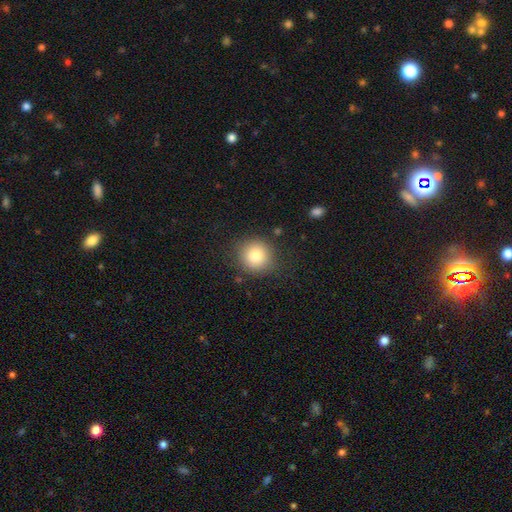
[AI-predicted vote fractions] smooth_or_featured: smooth (p=0.83) [alt: star or artifact p=0.10]
how_rounded: round (p=0.90) [alt: in between p=0.09]
merging: none (p=0.84) [alt: minor disturbance p=0.10]